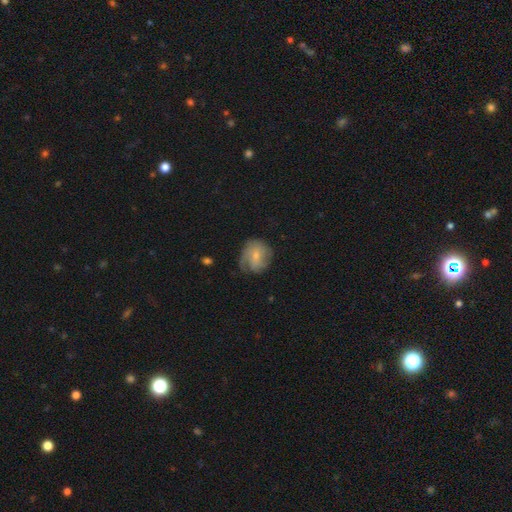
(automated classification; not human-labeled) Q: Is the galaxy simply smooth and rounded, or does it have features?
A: featured or disk — 47%.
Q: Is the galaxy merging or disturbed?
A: none — 55%.